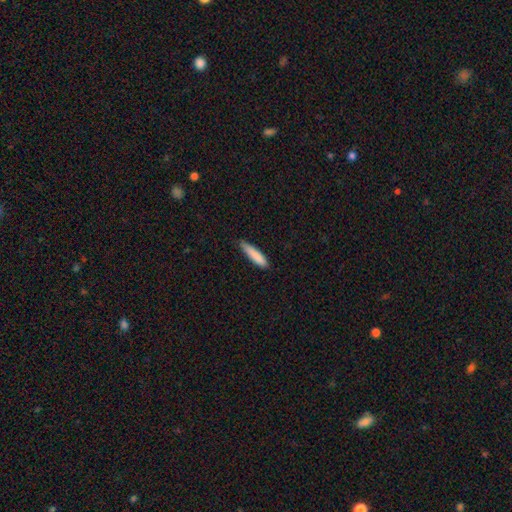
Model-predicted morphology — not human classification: Smooth or featured? Predicted: smooth (p=0.85). How rounded? Predicted: cigar-shaped (p=0.83). Merging? Predicted: none (p=0.72).